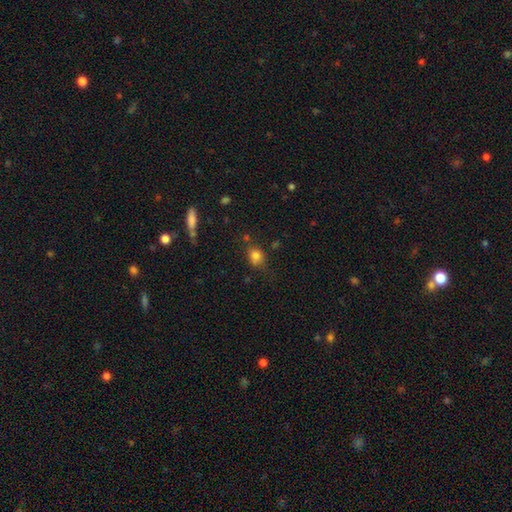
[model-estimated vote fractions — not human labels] smooth 79%, star or artifact 13%, featured or disk 8%. Down the decision tree: how rounded — round (55%); merging — none (64%).